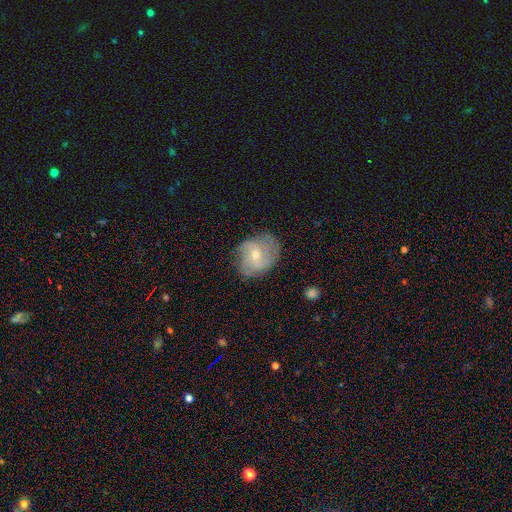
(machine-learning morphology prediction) Smooth or featured? featured or disk (59%)
Edge-on disk? no (97%)
Bar? no (54%)
Spiral arms? yes (80%)
Bulge size? moderate (49%)
Merging? none (66%)